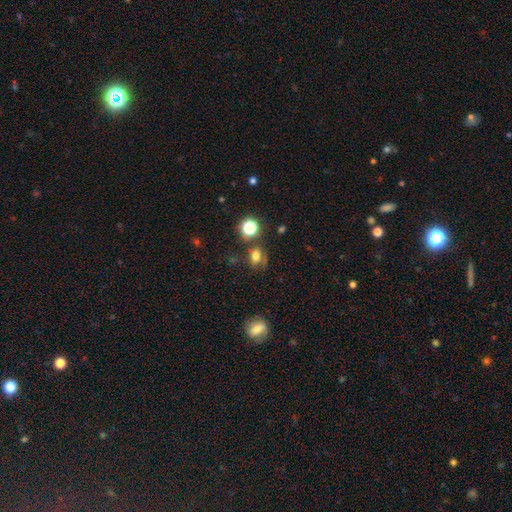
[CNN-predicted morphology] Smooth or featured? Predicted: smooth (p=0.68). How rounded? Predicted: in between (p=0.61). Merging? Predicted: none (p=0.60).